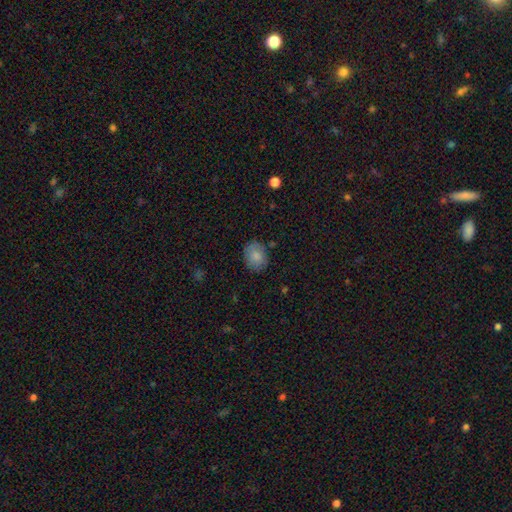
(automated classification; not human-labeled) smooth-or-featured: smooth: 82% | featured or disk: 10% | star or artifact: 8%
  how-rounded: in between: 55% | round: 44% | cigar-shaped: 1%
  merging: none: 80% | minor disturbance: 15% | major disturbance: 4% | merger: 2%